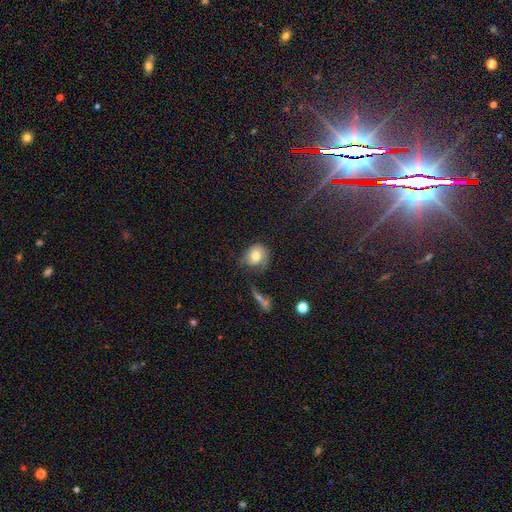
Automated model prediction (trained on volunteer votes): Smooth or featured?
  - smooth: 68% *
  - featured or disk: 23%
  - star or artifact: 9%
How rounded?
  - round: 62% *
  - in between: 36%
  - cigar-shaped: 1%
Merging?
  - none: 45% *
  - minor disturbance: 30%
  - major disturbance: 20%
  - merger: 5%